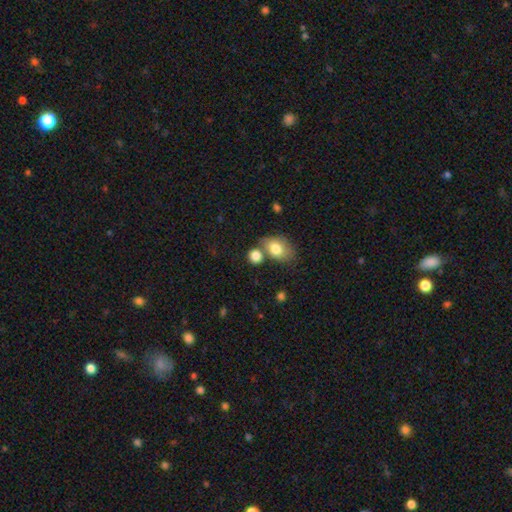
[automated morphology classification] smooth_or_featured: smooth (p=0.82) [alt: star or artifact p=0.09]
how_rounded: round (p=0.62) [alt: in between p=0.37]
merging: none (p=0.54) [alt: merger p=0.31]